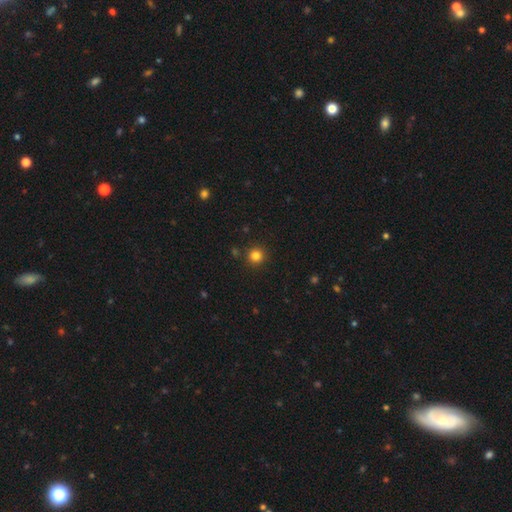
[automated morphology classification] Smooth or featured? Predicted: smooth (p=0.82). How rounded? Predicted: round (p=0.94). Merging? Predicted: none (p=0.90).